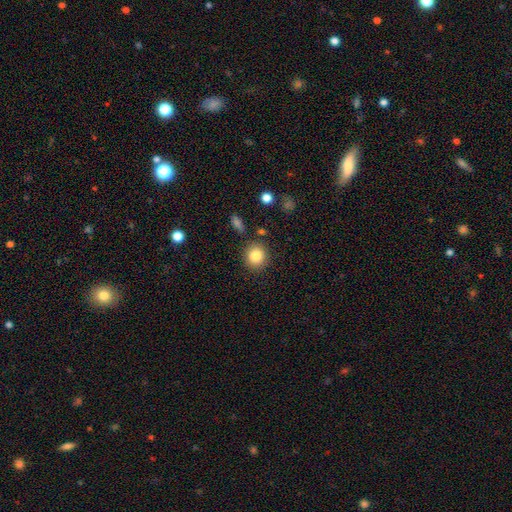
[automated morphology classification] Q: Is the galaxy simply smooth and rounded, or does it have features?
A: smooth — 84%.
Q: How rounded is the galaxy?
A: round — 83%.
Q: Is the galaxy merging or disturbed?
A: none — 85%.